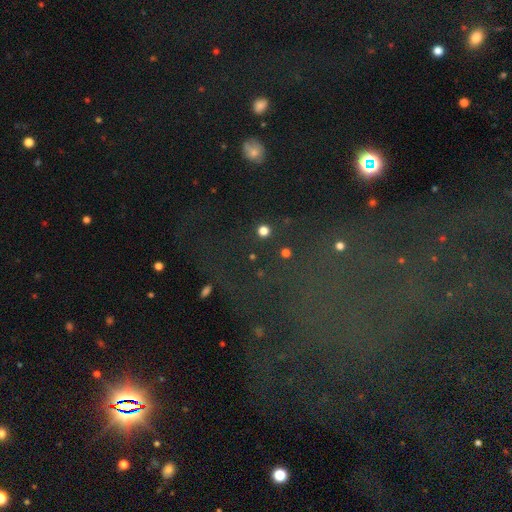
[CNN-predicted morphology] smooth_or_featured: star or artifact (p=0.69) [alt: featured or disk p=0.16]